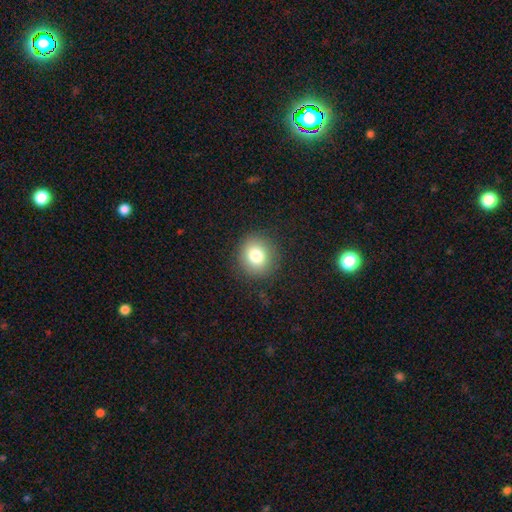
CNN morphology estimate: Overall: smooth (80%). How rounded: round (87%). Merging: none (88%).